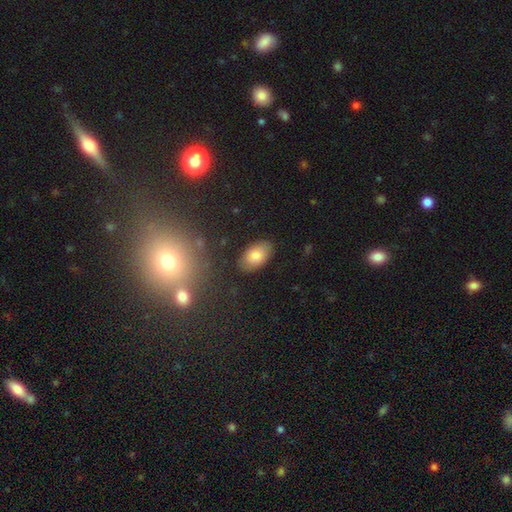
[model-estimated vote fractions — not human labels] smooth 81%, featured or disk 11%, star or artifact 8%. Down the decision tree: how rounded — in between (92%); merging — none (84%).